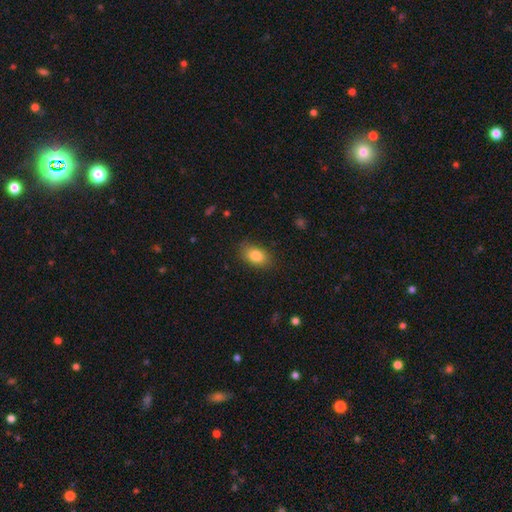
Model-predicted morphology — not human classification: type=smooth (84%); roundness=in between (86%); merging=none (83%).